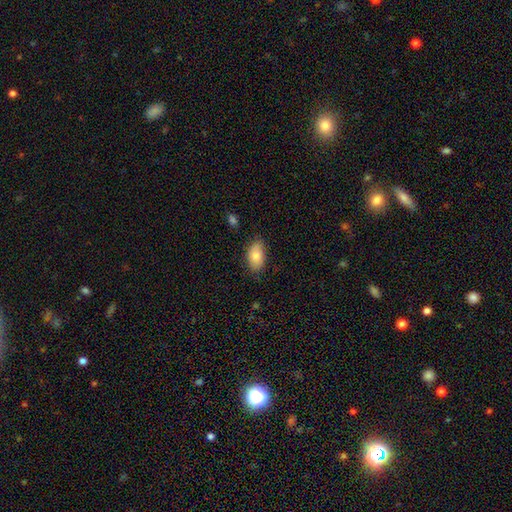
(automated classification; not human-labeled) Smooth or featured?
  - smooth: 80% *
  - featured or disk: 13%
  - star or artifact: 7%
How rounded?
  - in between: 92% *
  - round: 6%
  - cigar-shaped: 2%
Merging?
  - none: 81% *
  - minor disturbance: 15%
  - major disturbance: 3%
  - merger: 1%